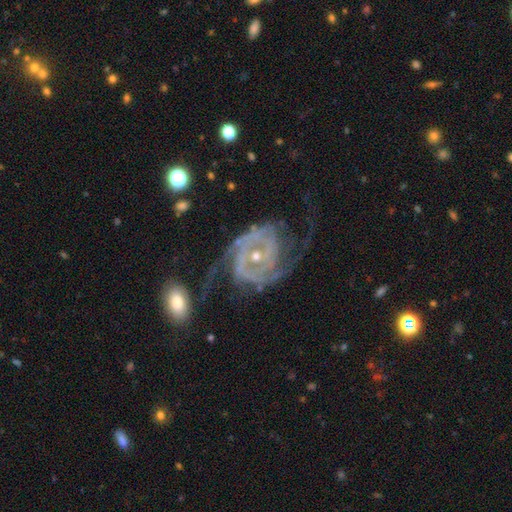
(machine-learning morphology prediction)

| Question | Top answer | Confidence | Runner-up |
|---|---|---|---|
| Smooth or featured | featured or disk | 91% | star or artifact (5%) |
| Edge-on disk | no | 97% | yes (3%) |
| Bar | no | 53% | weak (32%) |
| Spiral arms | yes | 97% | no (3%) |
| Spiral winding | medium | 44% | tight (42%) |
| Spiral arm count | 2 | 66% | 3 (12%) |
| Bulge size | small | 68% | moderate (28%) |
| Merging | none | 57% | minor disturbance (21%) |